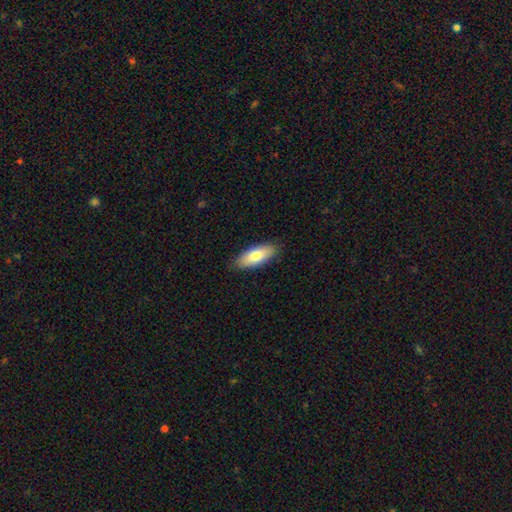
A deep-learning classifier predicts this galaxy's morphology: The model was most divided on "how rounded": in between: 77%, cigar-shaped: 21%, round: 2%. More confident: merging — none (88%); smooth or featured — smooth (76%).